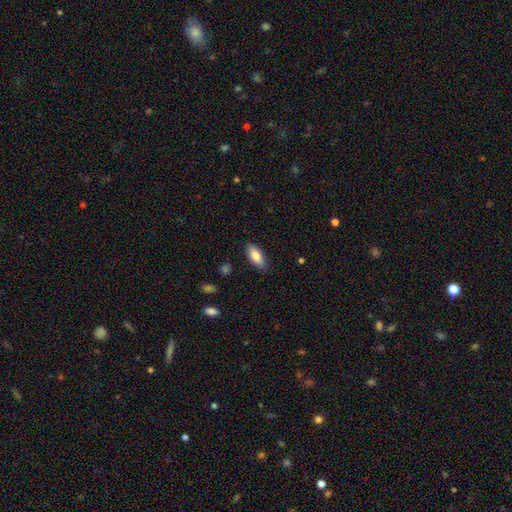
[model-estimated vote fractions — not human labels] Morphology: type=smooth (81%); roundness=in between (80%); merging=none (85%).